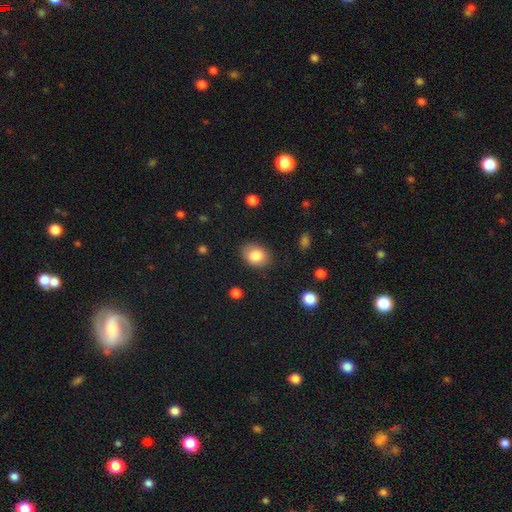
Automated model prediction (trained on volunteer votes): The model was most divided on "how rounded": in between: 69%, round: 30%, cigar-shaped: 1%. More confident: smooth or featured — smooth (83%); merging — none (82%).